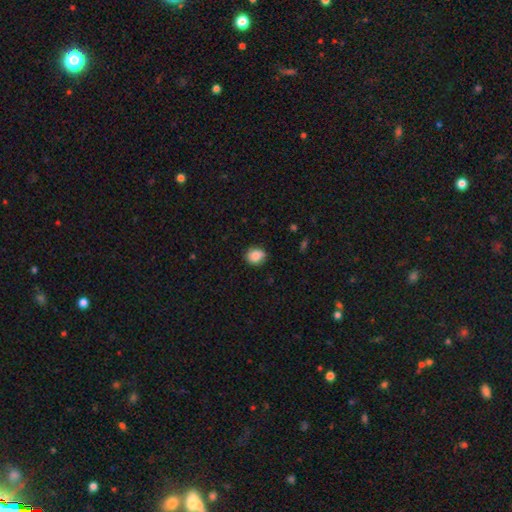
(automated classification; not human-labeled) smooth 86%, star or artifact 9%, featured or disk 6%. Down the decision tree: how rounded — round (71%); merging — none (81%).